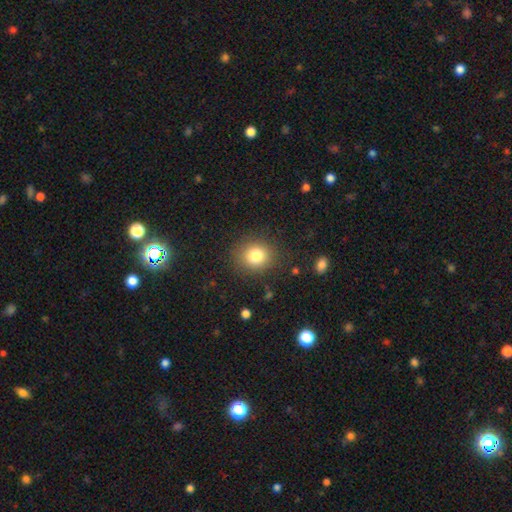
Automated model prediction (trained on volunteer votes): A smooth galaxy with no disk features (81%) that is round (79%). Merging: none (86%).